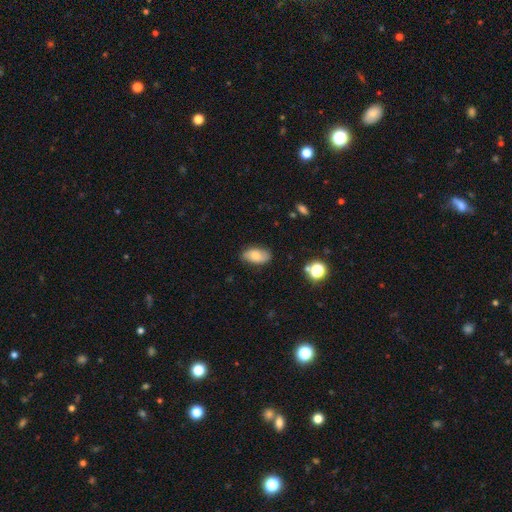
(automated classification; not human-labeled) smooth 68%, featured or disk 23%, star or artifact 9%. Down the decision tree: how rounded — in between (92%); merging — none (78%).